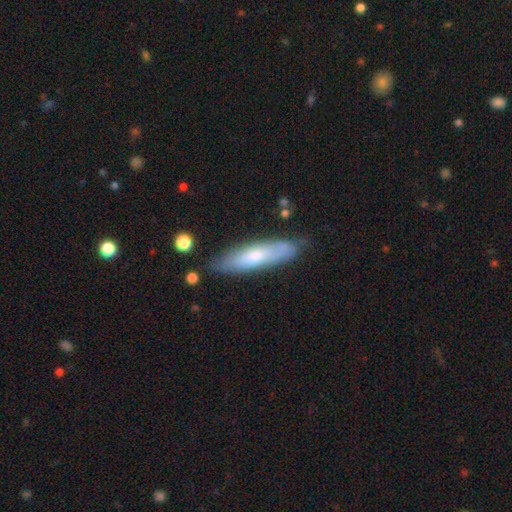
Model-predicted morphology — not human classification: smooth-or-featured: smooth: 58% | featured or disk: 36% | star or artifact: 6%
  how-rounded: cigar-shaped: 73% | in between: 25% | round: 1%
  merging: none: 77% | minor disturbance: 17% | major disturbance: 3% | merger: 3%